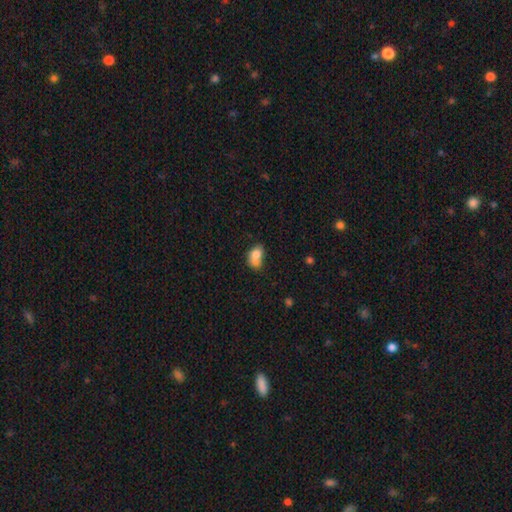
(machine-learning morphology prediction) The model was most divided on "merging": merger: 50%, none: 26%, minor disturbance: 16%, major disturbance: 8%. More confident: smooth or featured — smooth (75%); how rounded — in between (70%).